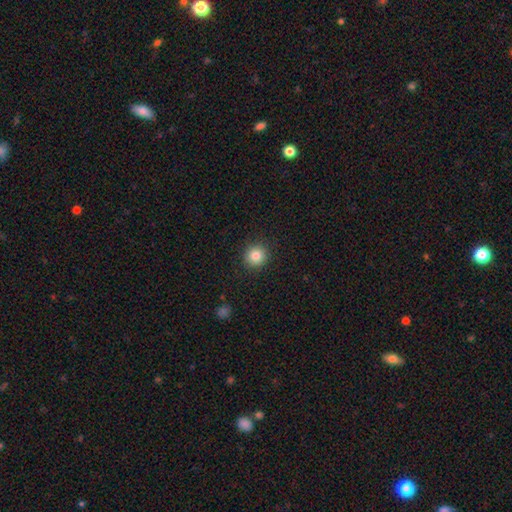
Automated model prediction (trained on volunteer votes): smooth-or-featured: smooth: 85% | star or artifact: 10% | featured or disk: 5%
  how-rounded: round: 92% | in between: 7% | cigar-shaped: 1%
  merging: none: 91% | minor disturbance: 6% | major disturbance: 2% | merger: 1%